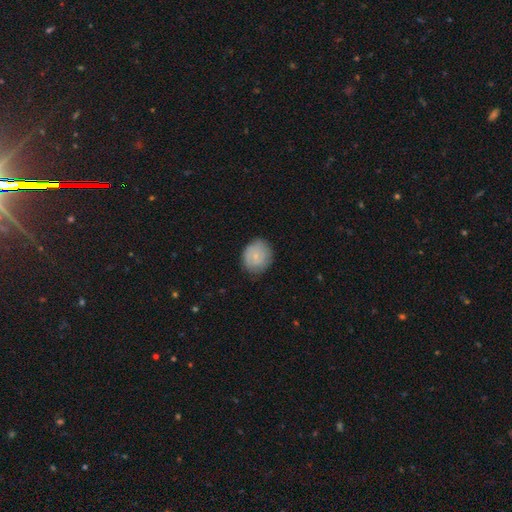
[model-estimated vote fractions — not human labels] Smooth or featured? smooth (67%)
How rounded? round (79%)
Merging? none (76%)